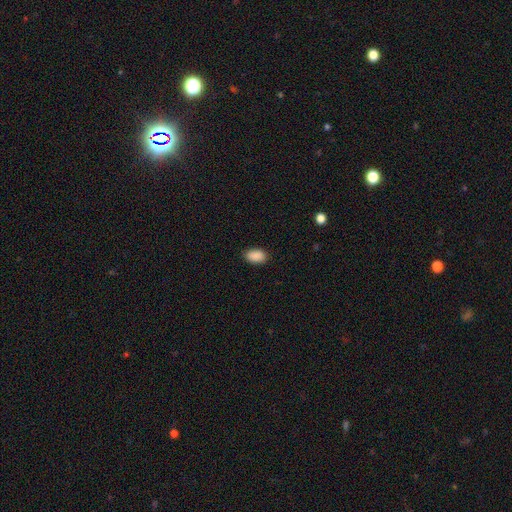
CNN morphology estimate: This is clearly a smooth galaxy (90%). How rounded: clearly in between (92%). Merging: clearly none (87%).